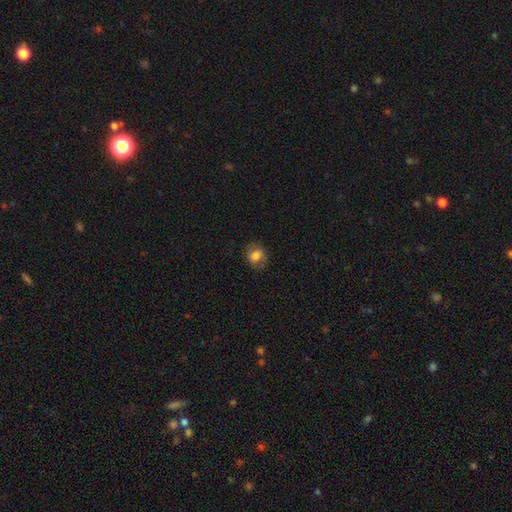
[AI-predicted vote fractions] A smooth galaxy with no disk features (74%) that is round (50%).

Vote fractions:
- Smooth or featured? smooth: 74% / featured or disk: 17% / star or artifact: 10%
- How rounded? round: 50% / in between: 49% / cigar-shaped: 1%
- Merging? none: 77% / minor disturbance: 16% / major disturbance: 6% / merger: 1%